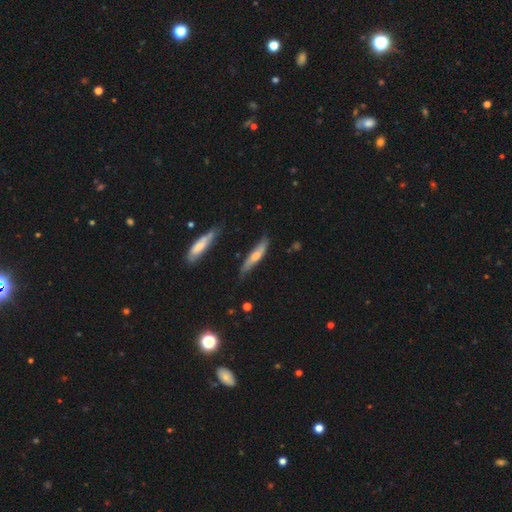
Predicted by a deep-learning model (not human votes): This is possibly a smooth galaxy (47%, tied with featured or disk). Merging: likely none (67%).